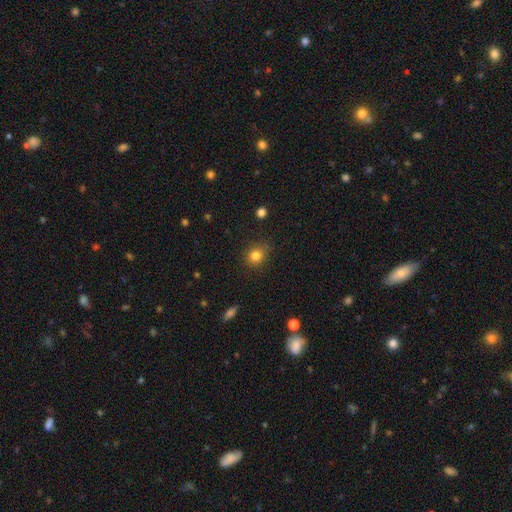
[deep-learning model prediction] This appears to be a smooth galaxy with no disk features (82%) that is round (77%). Merging: none (81%).